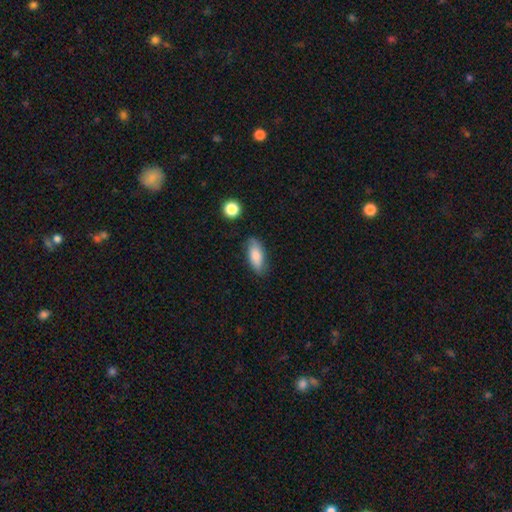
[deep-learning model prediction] A smooth galaxy with no disk features (79%) that is in between round and cigar-shaped (80%). Merging: none (77%).